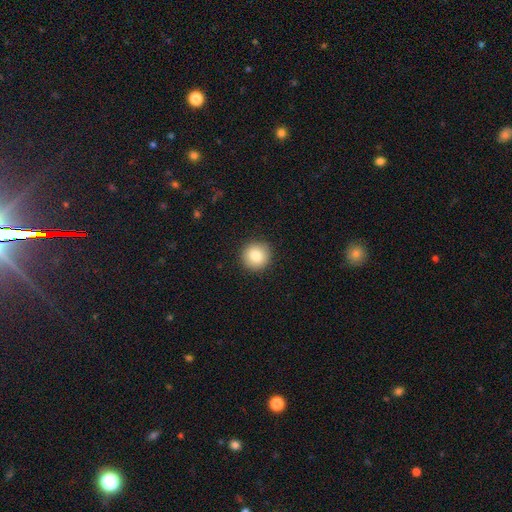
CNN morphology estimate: A smooth galaxy with no disk features (84%) that is round (93%).

Vote fractions:
- Smooth or featured? smooth: 84% / star or artifact: 9% / featured or disk: 8%
- How rounded? round: 93% / in between: 6% / cigar-shaped: 1%
- Merging? none: 92% / minor disturbance: 5% / major disturbance: 2% / merger: 1%